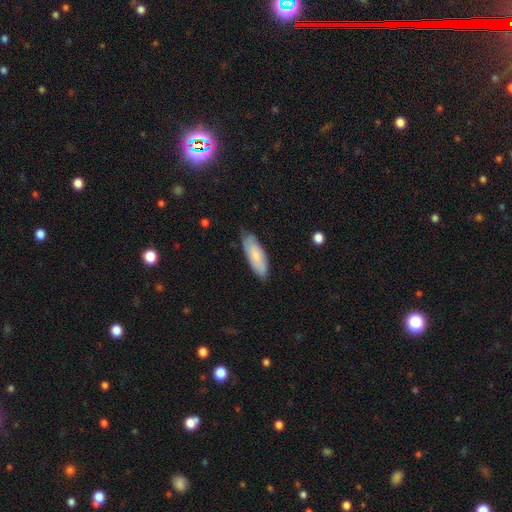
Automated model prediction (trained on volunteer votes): smooth_or_featured: smooth (p=0.72) [alt: featured or disk p=0.22]
how_rounded: in between (p=0.62) [alt: cigar-shaped p=0.37]
merging: none (p=0.75) [alt: minor disturbance p=0.20]